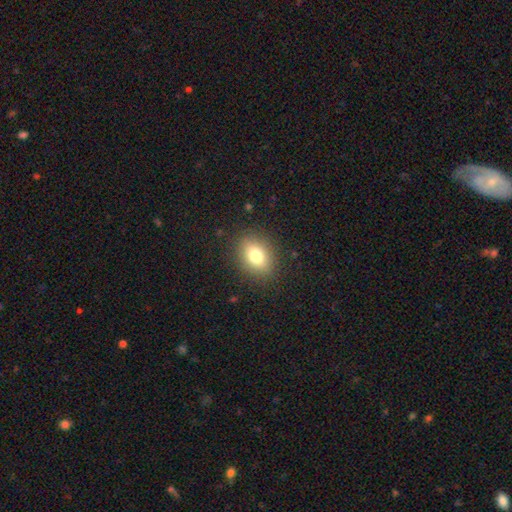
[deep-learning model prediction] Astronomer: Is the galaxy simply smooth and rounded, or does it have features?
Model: smooth — 78%.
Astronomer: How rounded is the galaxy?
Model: in between — 67%.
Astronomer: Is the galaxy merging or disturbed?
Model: none — 86%.